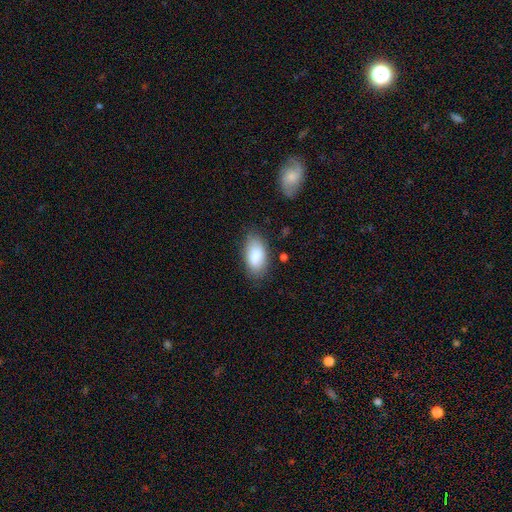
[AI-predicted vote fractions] Smooth or featured? smooth (87%)
How rounded? in between (94%)
Merging? none (77%)